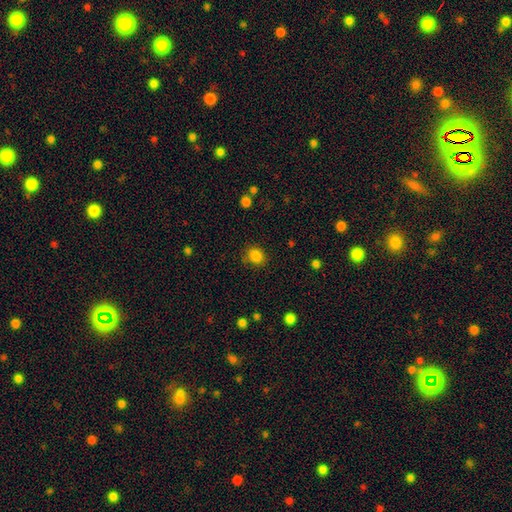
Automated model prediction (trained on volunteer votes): Morphology: type=smooth (85%); roundness=round (74%); merging=none (83%).